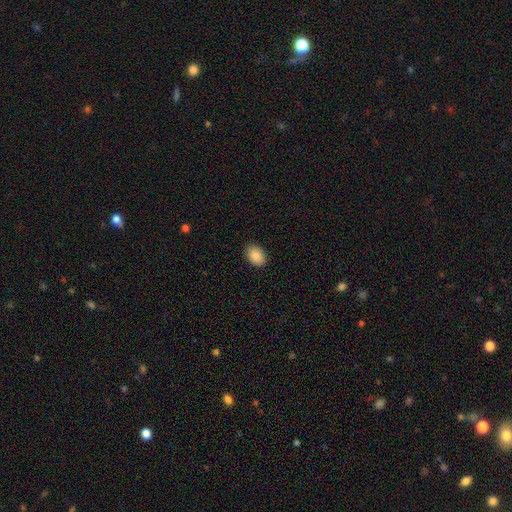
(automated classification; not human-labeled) Q: Smooth or featured?
A: smooth (89%); runner-up: star or artifact (8%)
Q: How rounded?
A: in between (81%); runner-up: round (18%)
Q: Merging?
A: none (89%); runner-up: minor disturbance (8%)